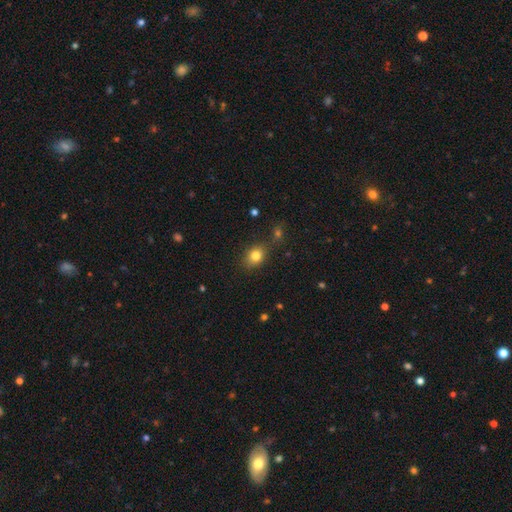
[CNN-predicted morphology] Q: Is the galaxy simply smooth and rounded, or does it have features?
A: smooth — 80%.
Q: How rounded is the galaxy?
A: round — 52%.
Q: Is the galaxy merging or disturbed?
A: none — 74%.